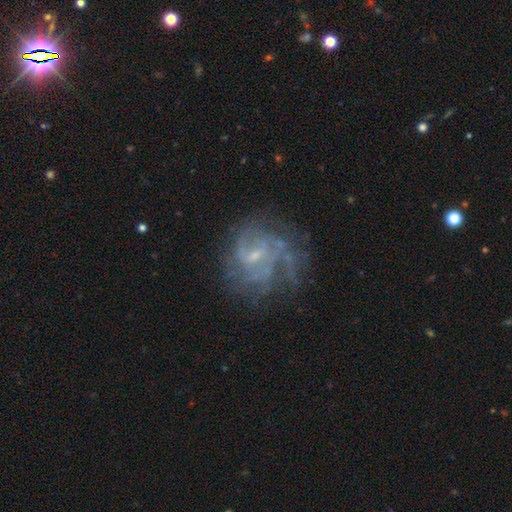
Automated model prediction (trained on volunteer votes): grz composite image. It shows a featured or disk galaxy (77%) with a weak bar (50%), medium (40%) spiral arms (81%) and a small central bulge (67%). Merging: none (56%).